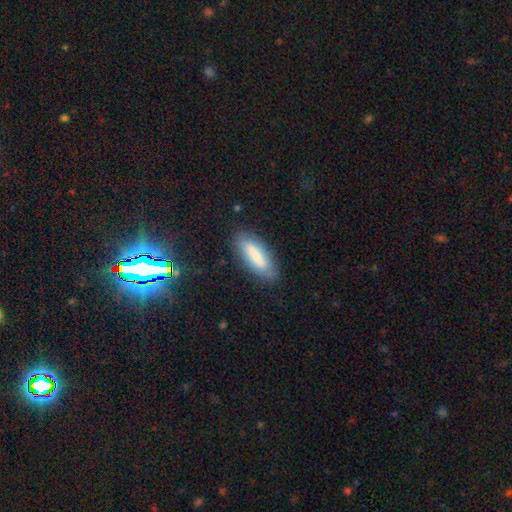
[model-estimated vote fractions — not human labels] Morphology: type=smooth (77%); roundness=in between (51%); merging=none (81%).